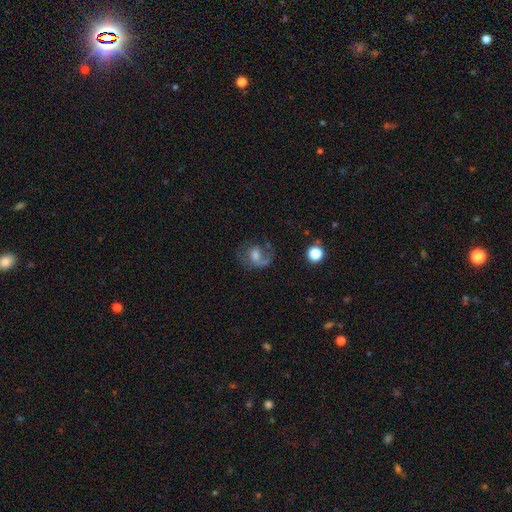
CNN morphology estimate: Q: Smooth or featured?
A: featured or disk (55%); runner-up: smooth (33%)
Q: Edge-on disk?
A: no (97%); runner-up: yes (3%)
Q: Bar?
A: no (53%); runner-up: weak (39%)
Q: Spiral arms?
A: yes (79%); runner-up: no (21%)
Q: Bulge size?
A: moderate (45%); runner-up: small (29%)
Q: Merging?
A: none (44%); runner-up: major disturbance (32%)